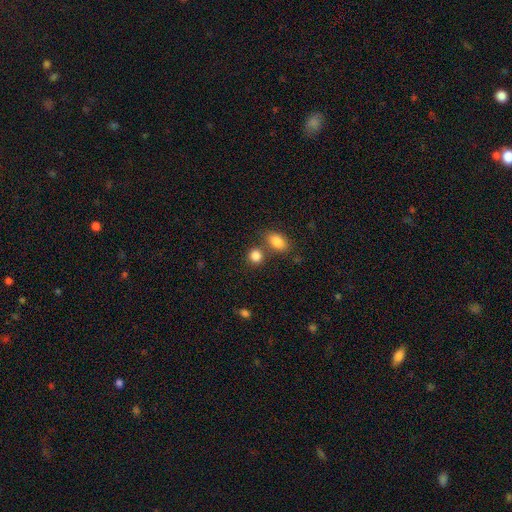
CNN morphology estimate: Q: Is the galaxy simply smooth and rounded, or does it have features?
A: smooth — 85%.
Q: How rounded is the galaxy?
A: round — 69%.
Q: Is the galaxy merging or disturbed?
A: none — 62%.